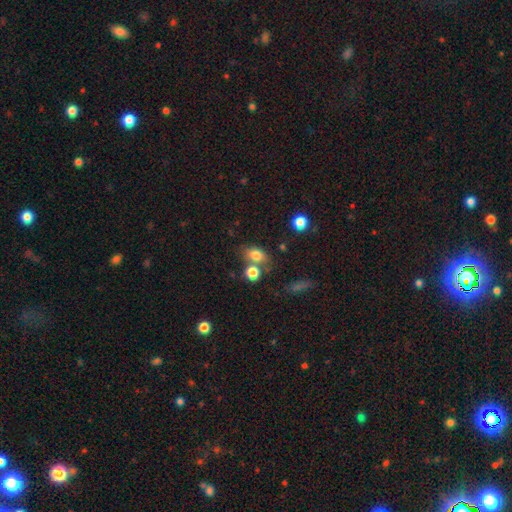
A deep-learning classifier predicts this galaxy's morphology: This is likely a smooth galaxy (78%). How rounded: likely in between (72%). Merging: possibly none (55%).